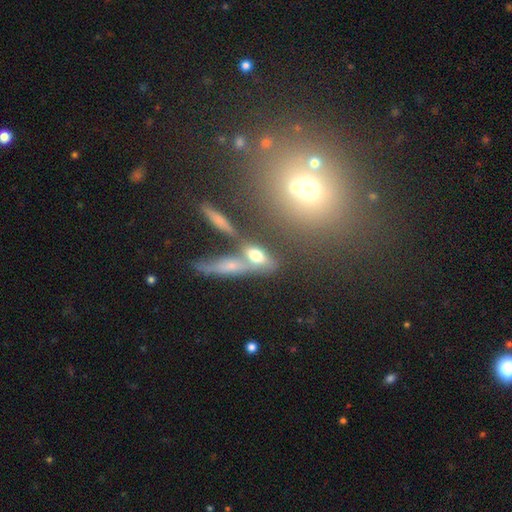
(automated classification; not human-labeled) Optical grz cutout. It shows a smooth galaxy with no disk features (60%) that is in between round and cigar-shaped (65%). Merging: none (47%).